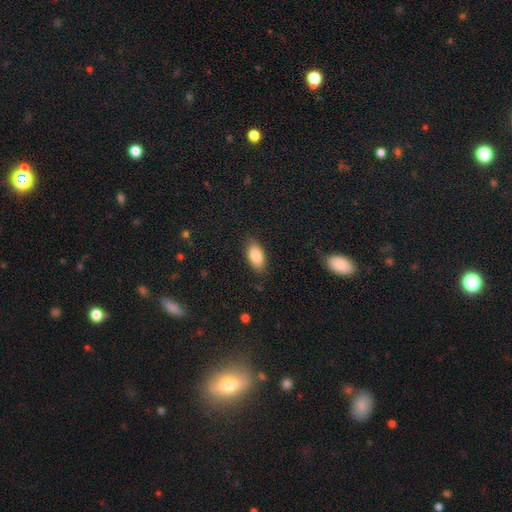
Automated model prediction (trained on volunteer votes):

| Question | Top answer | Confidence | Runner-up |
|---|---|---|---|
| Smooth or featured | smooth | 85% | featured or disk (8%) |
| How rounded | in between | 92% | cigar-shaped (4%) |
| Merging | none | 82% | minor disturbance (14%) |